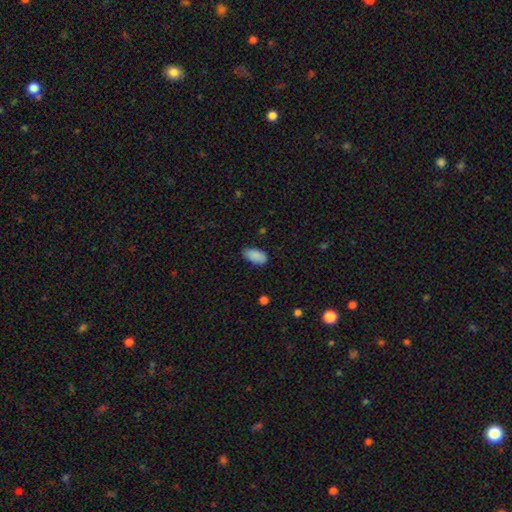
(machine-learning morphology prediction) Smooth or featured: smooth — 89% (star or artifact — 7%)
How rounded: in between — 94% (cigar-shaped — 4%)
Merging: none — 77% (minor disturbance — 19%)